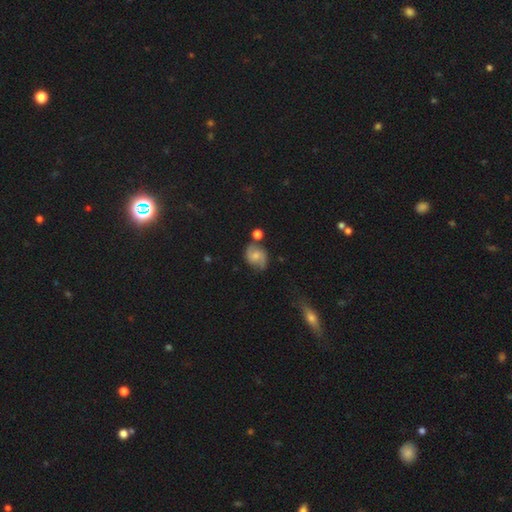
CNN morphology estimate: smooth-or-featured: featured or disk: 68% | smooth: 24% | star or artifact: 8%
  disk-edge-on: no: 97% | yes: 3%
    bar: no: 58% | weak: 36% | strong: 6%
    has-spiral-arms: yes: 93% | no: 7%
      spiral-winding: medium: 50% | loose: 28% | tight: 21%
      spiral-arm-count: 2: 89% | can't tell: 5% | 1: 2% | 3: 1% | 4: 1% | more than 4: 1%
    bulge-size: small: 43% | moderate: 42% | none: 10% | large: 4% | dominant: 1%
  merging: none: 68% | minor disturbance: 19% | merger: 8% | major disturbance: 5%